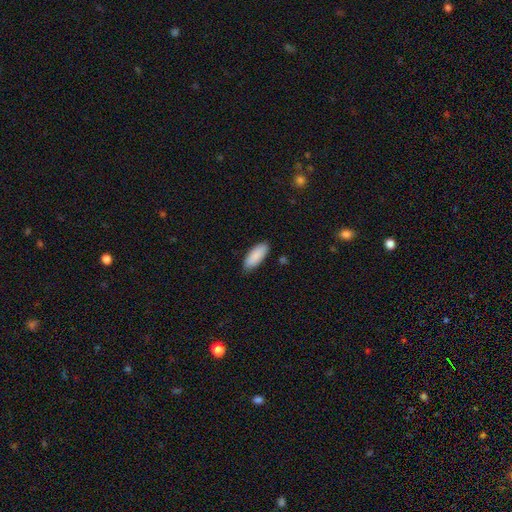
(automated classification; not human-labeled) A smooth galaxy with no disk features (90%) that is in between round and cigar-shaped (82%).

Vote fractions:
- Smooth or featured? smooth: 90% / star or artifact: 6% / featured or disk: 5%
- How rounded? in between: 82% / cigar-shaped: 17% / round: 2%
- Merging? none: 84% / minor disturbance: 13% / major disturbance: 2% / merger: 1%